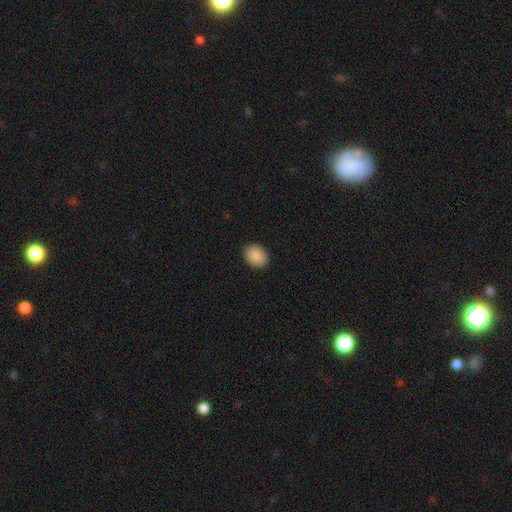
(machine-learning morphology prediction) smooth_or_featured: smooth (p=0.89) [alt: star or artifact p=0.07]
how_rounded: in between (p=0.64) [alt: round p=0.36]
merging: none (p=0.91) [alt: minor disturbance p=0.07]